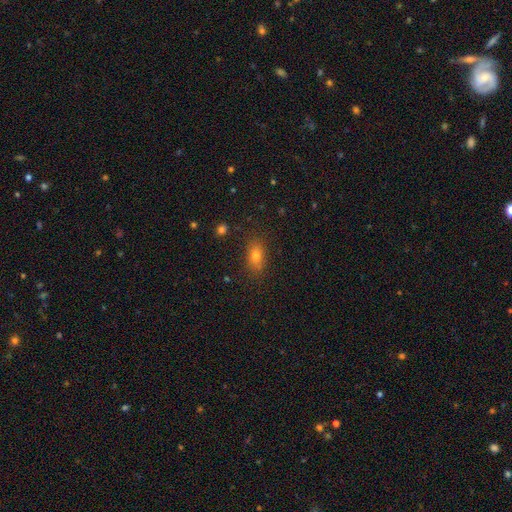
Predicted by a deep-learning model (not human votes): smooth_or_featured: smooth (p=0.74) [alt: star or artifact p=0.15]
how_rounded: in between (p=0.79) [alt: round p=0.14]
merging: none (p=0.85) [alt: minor disturbance p=0.11]